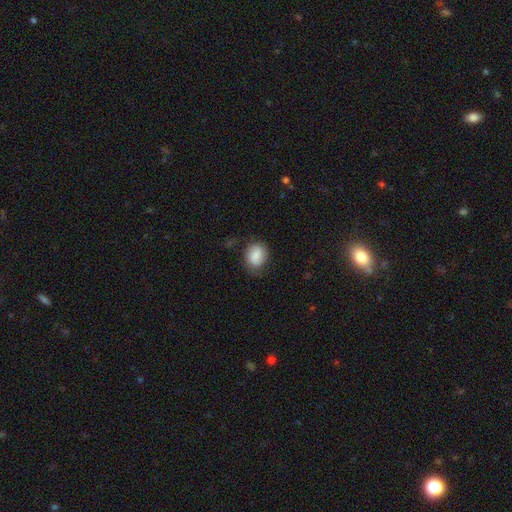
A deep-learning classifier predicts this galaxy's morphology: smooth 77%, featured or disk 15%, star or artifact 8%. Down the decision tree: how rounded — in between (50%); merging — none (69%).